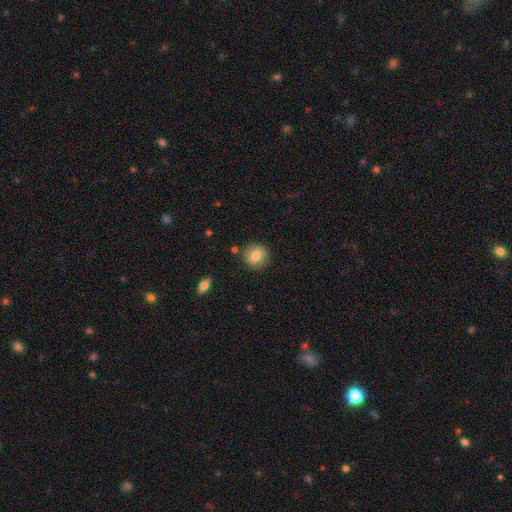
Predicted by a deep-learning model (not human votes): This is clearly a smooth galaxy (81%). How rounded: clearly round (89%). Merging: clearly none (87%).